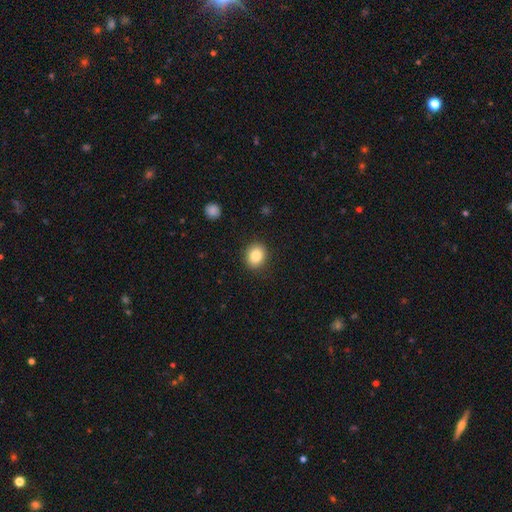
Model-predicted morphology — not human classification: Smooth or featured? Predicted: smooth (p=0.84). How rounded? Predicted: round (p=0.66). Merging? Predicted: none (p=0.90).